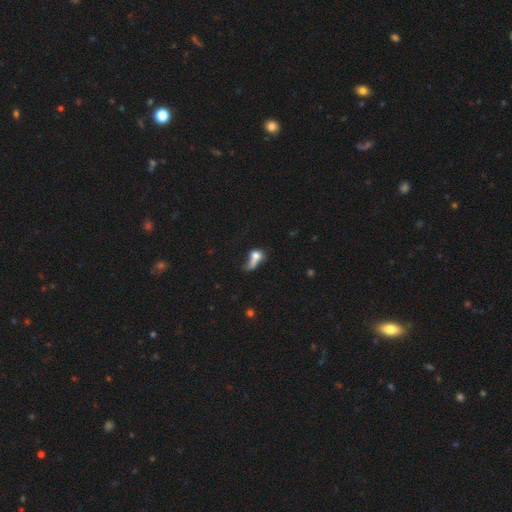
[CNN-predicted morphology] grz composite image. It shows a smooth galaxy with no disk features (61%) that is in between round and cigar-shaped (53%). Merging: major disturbance (37%).